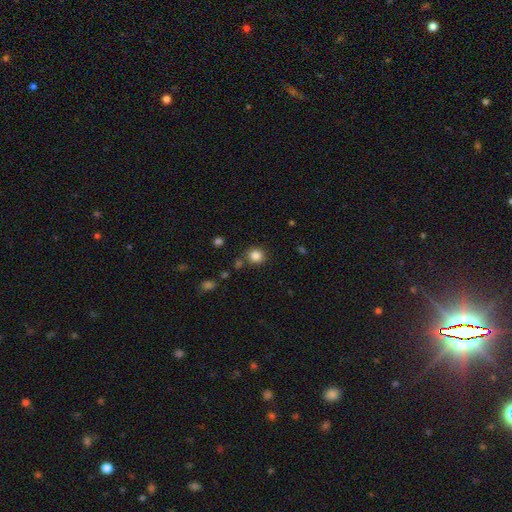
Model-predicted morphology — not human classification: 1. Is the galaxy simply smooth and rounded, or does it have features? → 84% smooth, 11% star or artifact, 4% featured or disk.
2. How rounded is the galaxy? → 86% round, 13% in between, 1% cigar-shaped.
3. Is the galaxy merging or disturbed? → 80% none, 10% minor disturbance, 7% merger, 3% major disturbance.